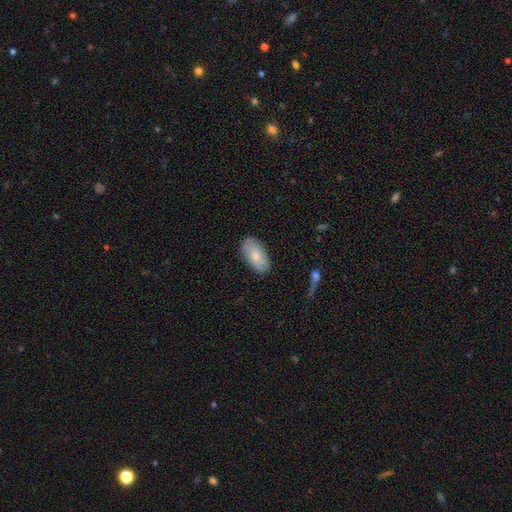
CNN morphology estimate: smooth 77%, featured or disk 17%, star or artifact 6%. Down the decision tree: how rounded — in between (94%); merging — none (82%).